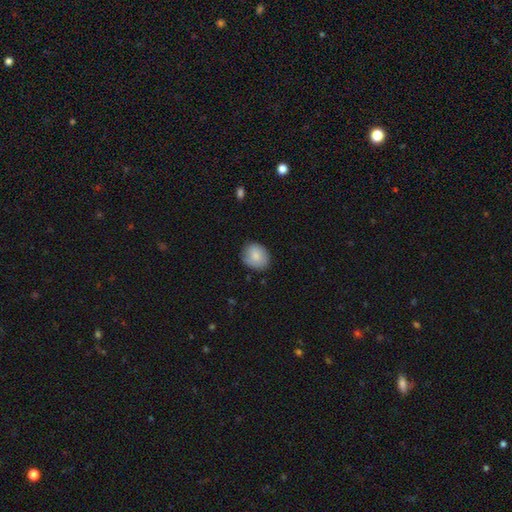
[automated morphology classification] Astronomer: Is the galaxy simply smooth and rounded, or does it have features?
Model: smooth — 82%.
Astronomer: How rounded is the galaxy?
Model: round — 56% (runner-up: in between, 43%).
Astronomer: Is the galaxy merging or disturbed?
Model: none — 78%.